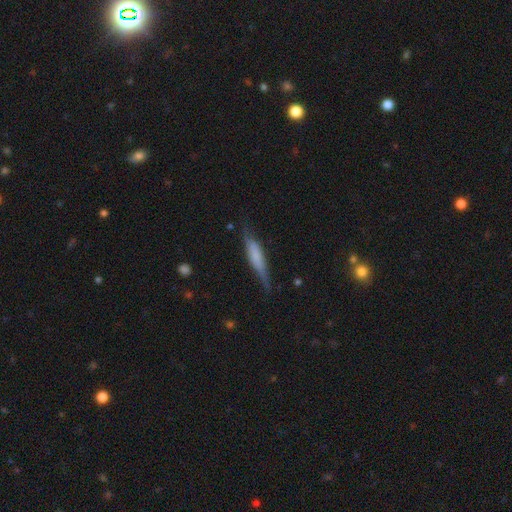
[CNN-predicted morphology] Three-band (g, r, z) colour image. It shows a smooth galaxy with no disk features (52%) that is cigar-shaped (84%). Merging: none (71%).